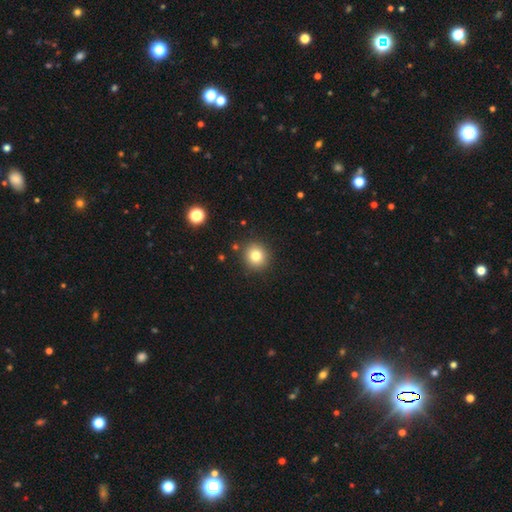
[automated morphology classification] Smooth or featured: smooth — 80% (star or artifact — 12%)
How rounded: round — 90% (in between — 9%)
Merging: none — 89% (minor disturbance — 7%)